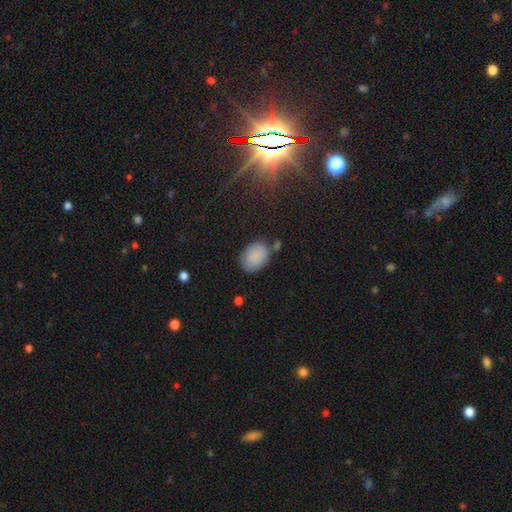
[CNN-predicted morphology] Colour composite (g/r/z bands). It shows a smooth galaxy with no disk features (86%) that is in between round and cigar-shaped (77%). Merging: none (68%).